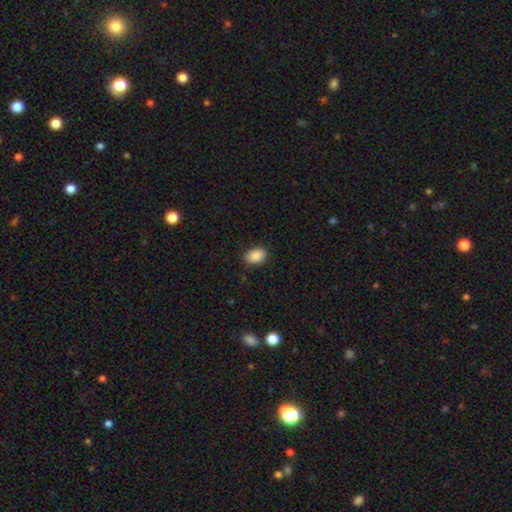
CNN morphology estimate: Overall: smooth (88%). How rounded: in between (83%). Merging: none (87%).